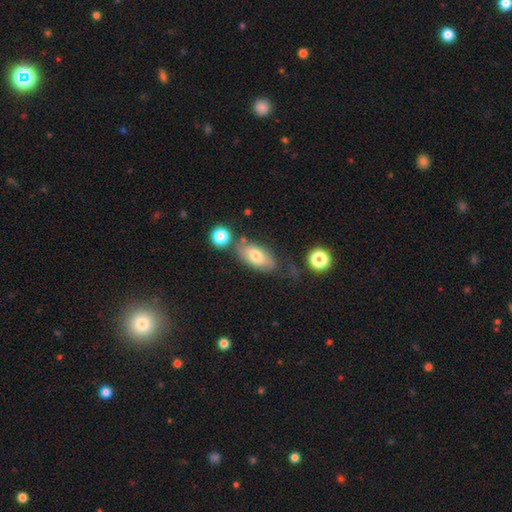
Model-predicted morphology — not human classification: type=smooth (71%); roundness=in between (88%); merging=none (60%).